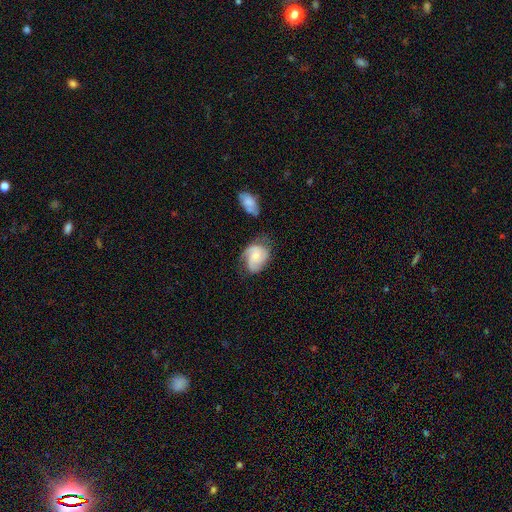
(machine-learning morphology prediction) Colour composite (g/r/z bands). It shows a featured or disk galaxy (56%) with no bar (71%), spiral arms (89%) and a small central bulge (54%). Merging: none (47%).